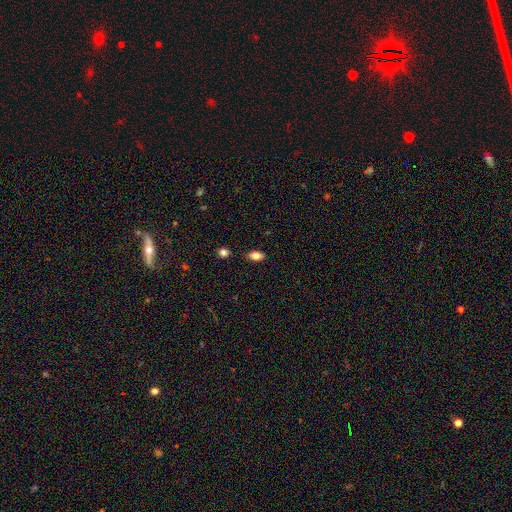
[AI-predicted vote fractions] A smooth galaxy with no disk features (75%) that is in between round and cigar-shaped (86%). Merging: none (81%).